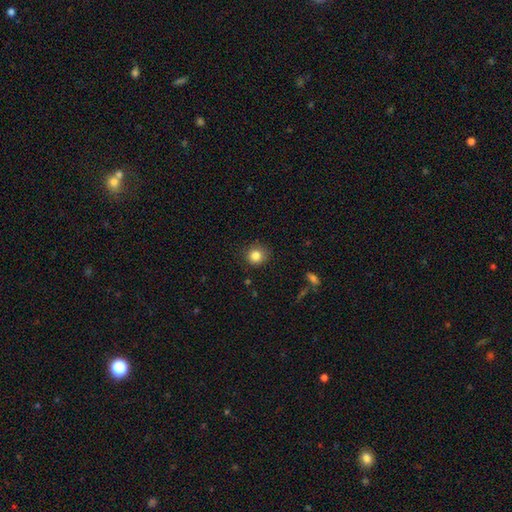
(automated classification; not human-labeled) This is clearly a smooth galaxy (84%). How rounded: clearly round (90%). Merging: clearly none (85%).